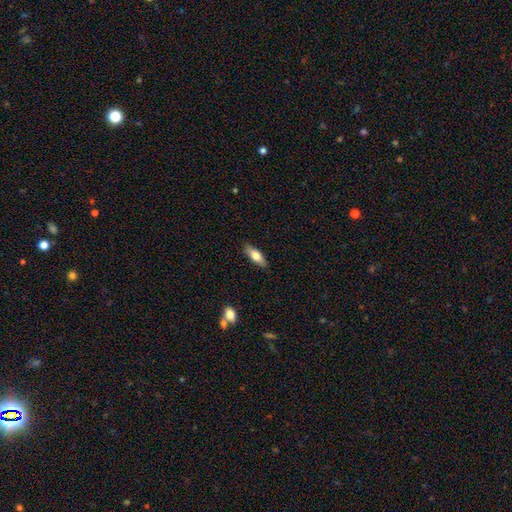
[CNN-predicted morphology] This is likely a smooth galaxy (70%). How rounded: likely in between (66%). Merging: clearly none (86%).